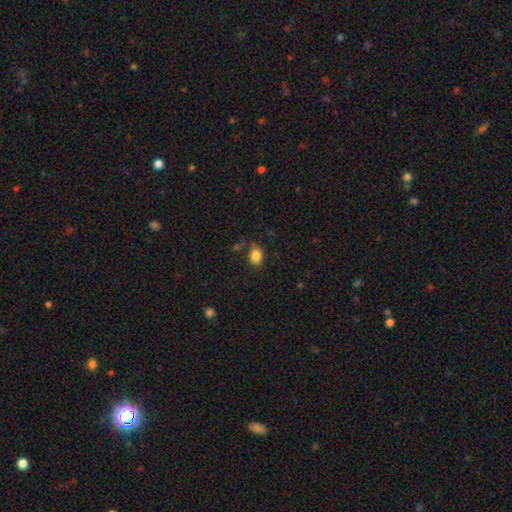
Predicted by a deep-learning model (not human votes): Smooth or featured: smooth — 85% (star or artifact — 10%)
How rounded: in between — 60% (round — 38%)
Merging: none — 73% (minor disturbance — 17%)